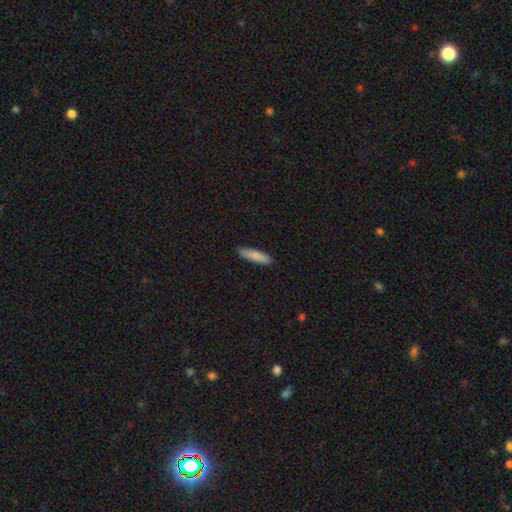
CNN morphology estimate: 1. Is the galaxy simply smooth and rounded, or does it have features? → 85% smooth, 9% featured or disk, 6% star or artifact.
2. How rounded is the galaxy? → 77% cigar-shaped, 21% in between, 1% round.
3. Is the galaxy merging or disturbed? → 90% none, 8% minor disturbance, 2% major disturbance, 1% merger.